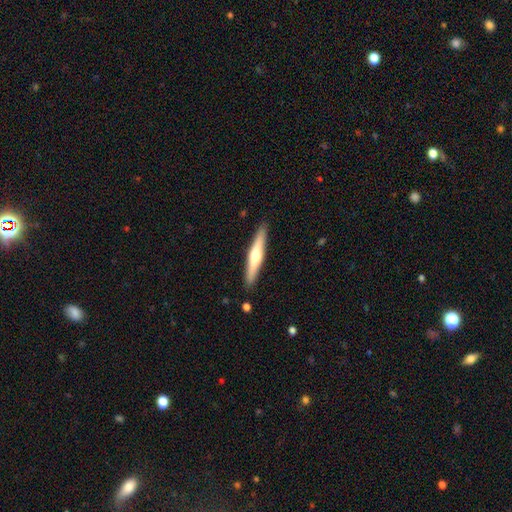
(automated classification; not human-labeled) smooth_or_featured: featured or disk (p=0.52) [alt: smooth p=0.43]
disk_edge_on: yes (p=0.95) [alt: no p=0.05]
merging: none (p=0.90) [alt: minor disturbance p=0.07]